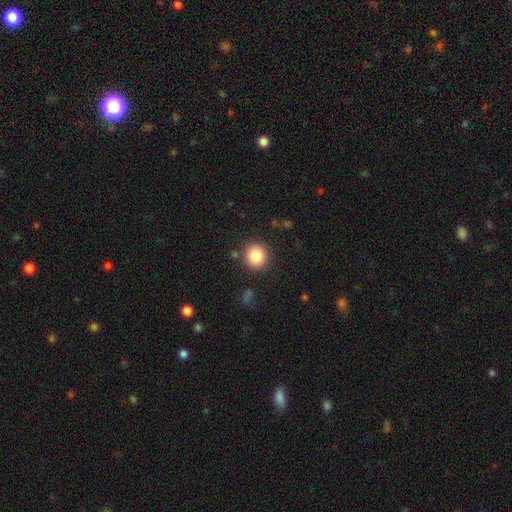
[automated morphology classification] A smooth galaxy with no disk features (85%) that is round (91%).

Vote fractions:
- Smooth or featured? smooth: 85% / star or artifact: 10% / featured or disk: 6%
- How rounded? round: 91% / in between: 8% / cigar-shaped: 1%
- Merging? none: 88% / minor disturbance: 7% / major disturbance: 3% / merger: 3%